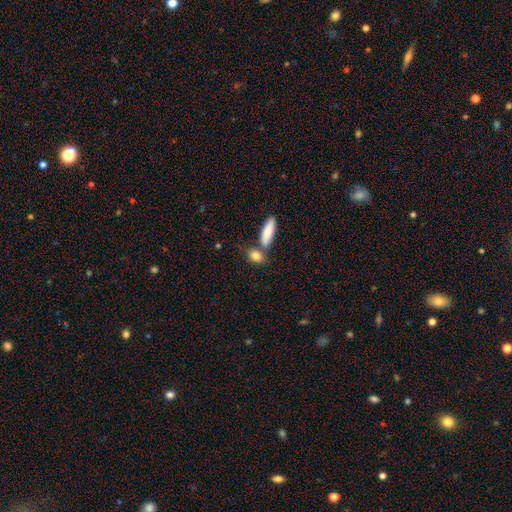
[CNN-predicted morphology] smooth_or_featured: smooth (p=0.83) [alt: featured or disk p=0.10]
how_rounded: in between (p=0.63) [alt: round p=0.20]
merging: none (p=0.56) [alt: merger p=0.29]